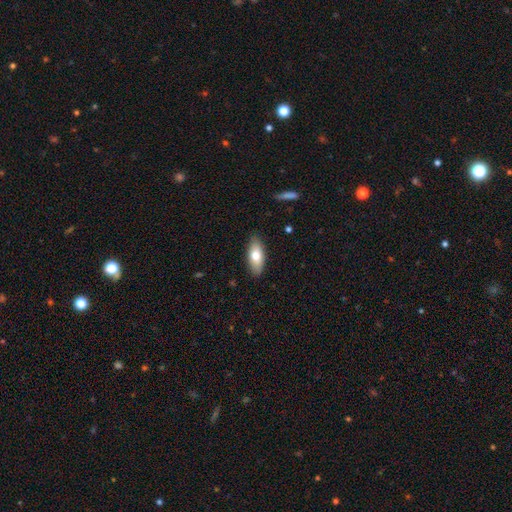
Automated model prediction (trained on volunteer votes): Overall: smooth (74%). How rounded: in between (80%). Merging: none (87%).